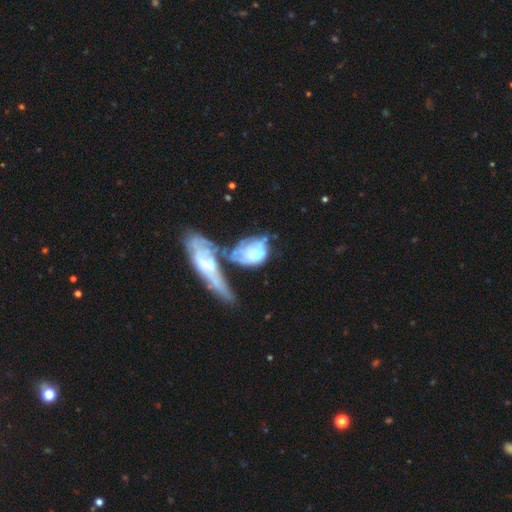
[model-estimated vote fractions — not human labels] Smooth or featured? featured or disk (57%)
Edge-on disk? no (90%)
Bar? no (82%)
Spiral arms? no (68%)
Bulge size? moderate (32%, tied with small)
Merging? merger (51%)